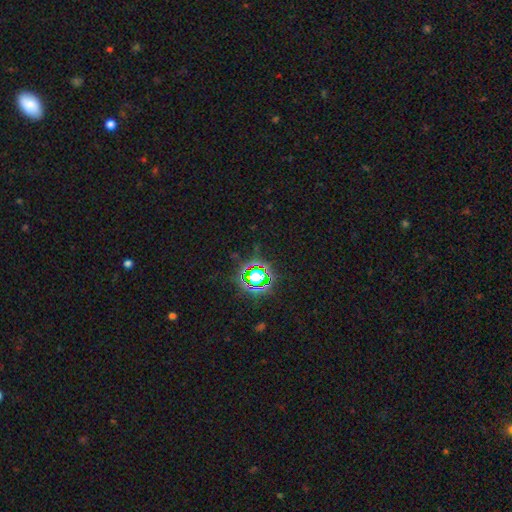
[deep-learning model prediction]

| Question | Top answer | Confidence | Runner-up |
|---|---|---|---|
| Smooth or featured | star or artifact | 79% | smooth (13%) |